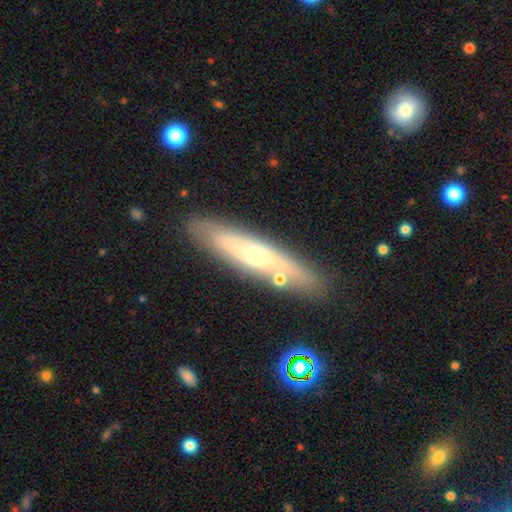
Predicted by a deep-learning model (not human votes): This is likely a featured or disk galaxy (61%). It is possibly viewed edge-on (59%). Merging: clearly none (80%).